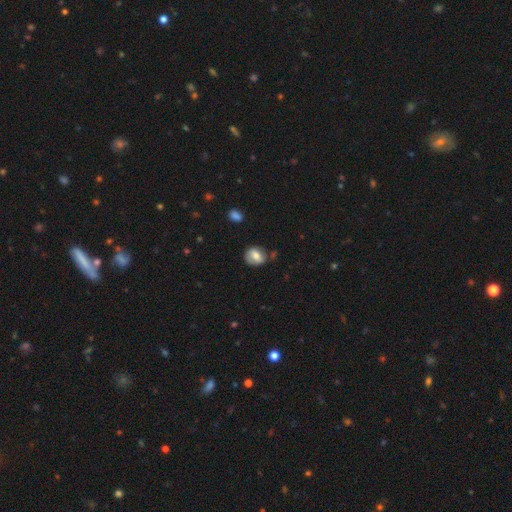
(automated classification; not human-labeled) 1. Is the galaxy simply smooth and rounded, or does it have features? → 68% smooth, 23% featured or disk, 8% star or artifact.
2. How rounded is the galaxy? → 59% round, 40% in between, 1% cigar-shaped.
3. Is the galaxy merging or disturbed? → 70% none, 19% minor disturbance, 5% merger, 5% major disturbance.